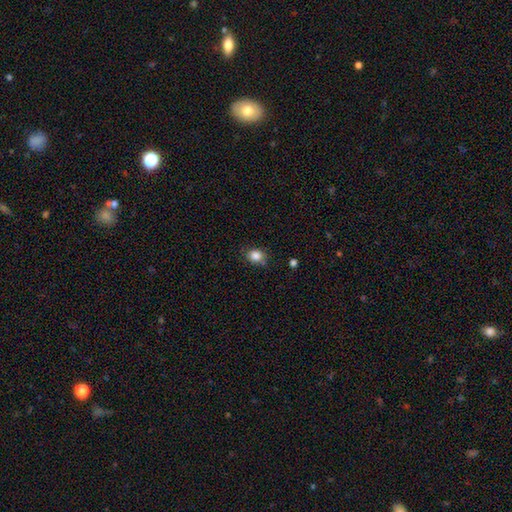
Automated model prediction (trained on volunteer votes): This appears to be a smooth galaxy with no disk features (85%) that is round (59%). Merging: none (77%).